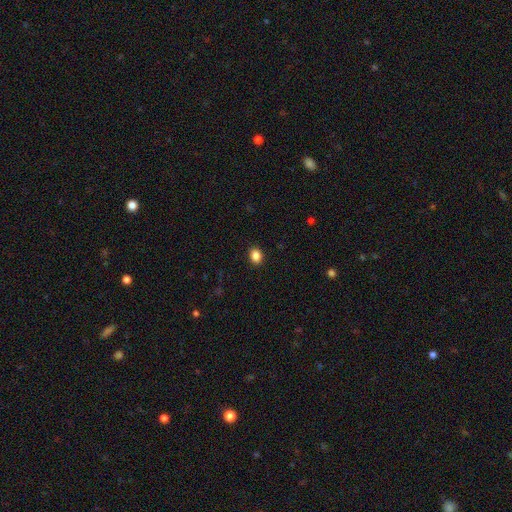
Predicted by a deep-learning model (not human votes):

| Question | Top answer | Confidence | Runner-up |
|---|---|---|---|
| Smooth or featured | smooth | 86% | star or artifact (10%) |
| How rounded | in between | 56% | round (43%) |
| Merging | none | 90% | minor disturbance (7%) |